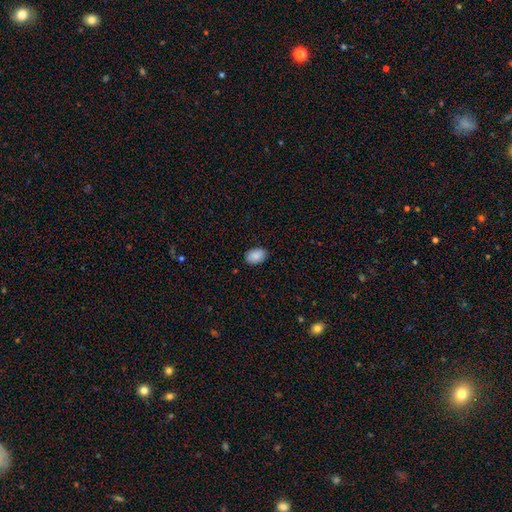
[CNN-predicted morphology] A smooth galaxy with no disk features (88%) that is in between round and cigar-shaped (87%).

Vote fractions:
- Smooth or featured? smooth: 88% / star or artifact: 7% / featured or disk: 5%
- How rounded? in between: 87% / round: 12% / cigar-shaped: 1%
- Merging? none: 86% / minor disturbance: 11% / major disturbance: 2% / merger: 1%